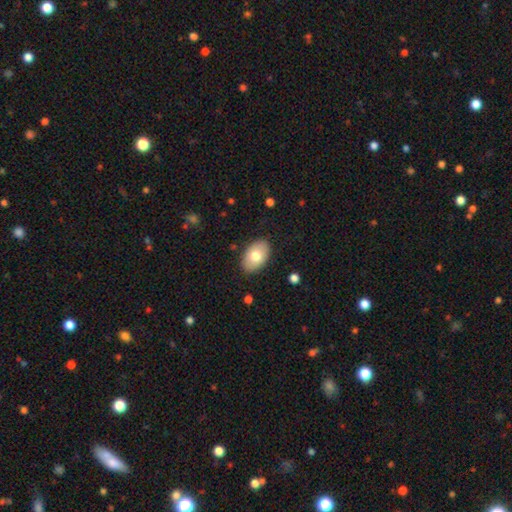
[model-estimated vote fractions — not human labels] Smooth or featured?
  - smooth: 74% *
  - featured or disk: 20%
  - star or artifact: 6%
How rounded?
  - in between: 91% *
  - round: 8%
  - cigar-shaped: 1%
Merging?
  - none: 86% *
  - minor disturbance: 11%
  - major disturbance: 2%
  - merger: 1%